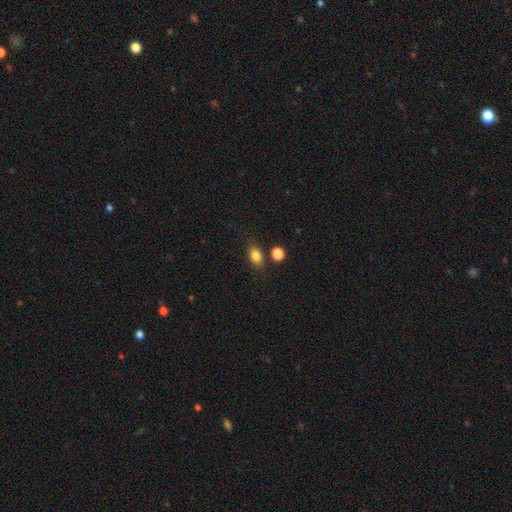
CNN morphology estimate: The model was most divided on "how rounded": in between: 77%, round: 20%, cigar-shaped: 3%. More confident: smooth or featured — smooth (83%); merging — none (76%).